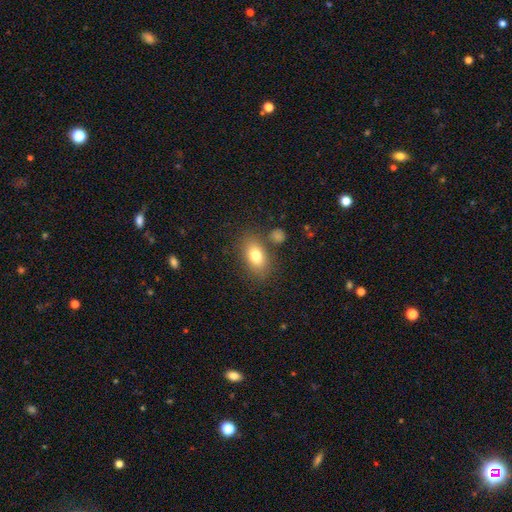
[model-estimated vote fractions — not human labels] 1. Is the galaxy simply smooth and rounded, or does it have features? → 78% smooth, 13% featured or disk, 9% star or artifact.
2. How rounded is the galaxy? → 88% in between, 10% round, 3% cigar-shaped.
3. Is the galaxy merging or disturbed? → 78% none, 12% minor disturbance, 7% merger, 4% major disturbance.